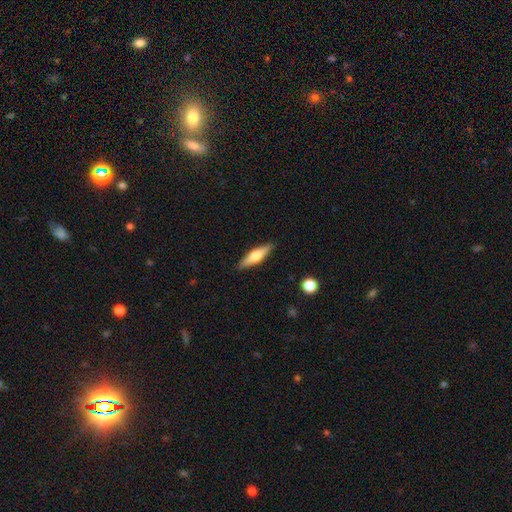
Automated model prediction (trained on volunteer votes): A smooth galaxy with no disk features (49%).

Vote fractions:
- Smooth or featured? smooth: 49% / featured or disk: 45% / star or artifact: 6%
- Merging? none: 89% / minor disturbance: 8% / major disturbance: 2% / merger: 1%